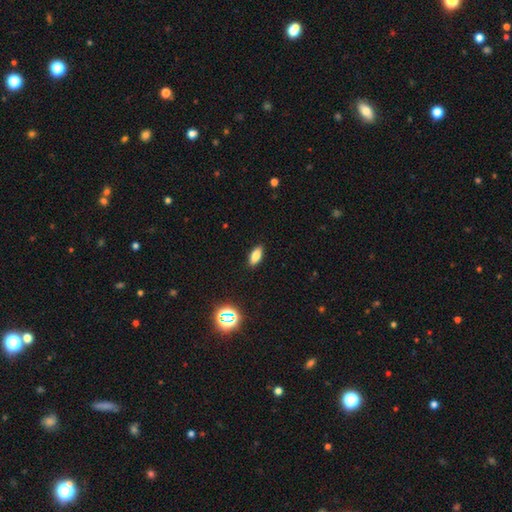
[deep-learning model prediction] This is likely a smooth galaxy (79%). How rounded: clearly in between (81%). Merging: clearly none (89%).